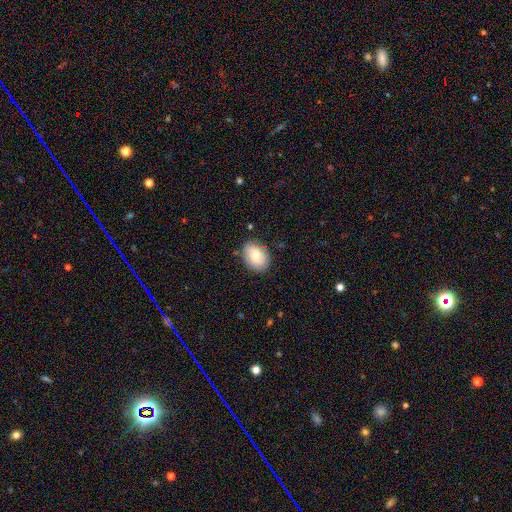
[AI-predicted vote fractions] smooth-or-featured: smooth: 75% | featured or disk: 18% | star or artifact: 7%
  how-rounded: in between: 74% | round: 25% | cigar-shaped: 1%
  merging: none: 82% | minor disturbance: 14% | major disturbance: 3% | merger: 1%